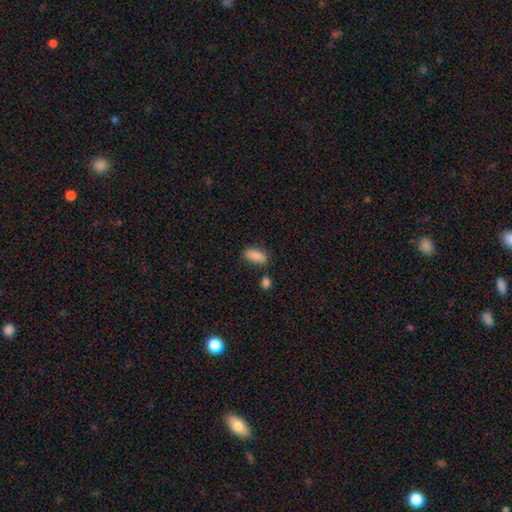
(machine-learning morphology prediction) Smooth or featured?
  - smooth: 88% *
  - star or artifact: 7%
  - featured or disk: 5%
How rounded?
  - in between: 86% *
  - cigar-shaped: 11%
  - round: 3%
Merging?
  - none: 73% *
  - minor disturbance: 16%
  - merger: 7%
  - major disturbance: 4%